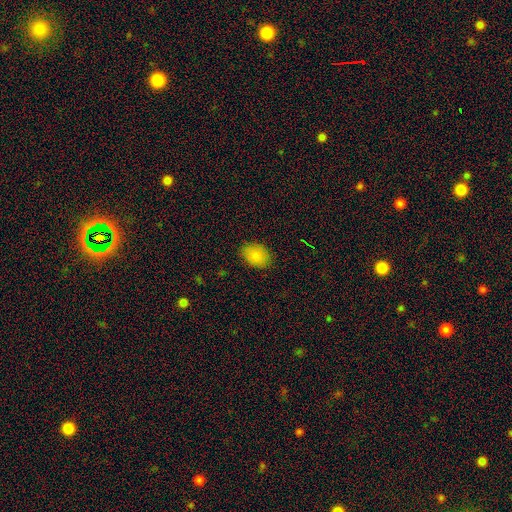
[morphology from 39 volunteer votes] This appears to be a smooth galaxy with no disk features (79%) that is in between round and cigar-shaped (90%). Merging: none (89%).